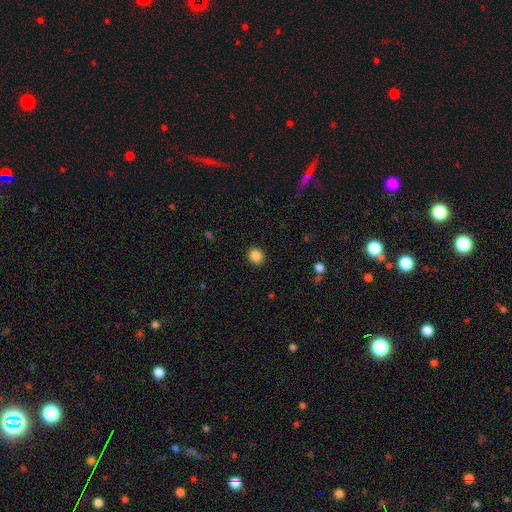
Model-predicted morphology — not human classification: The model was most divided on "how rounded": round: 84%, in between: 15%, cigar-shaped: 1%. More confident: merging — none (92%); smooth or featured — smooth (87%).